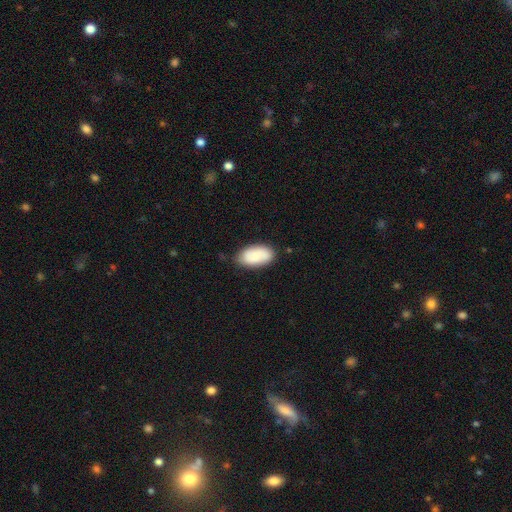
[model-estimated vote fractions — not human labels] smooth_or_featured: smooth (p=0.74) [alt: featured or disk p=0.20]
how_rounded: in between (p=0.94) [alt: round p=0.04]
merging: none (p=0.78) [alt: minor disturbance p=0.17]